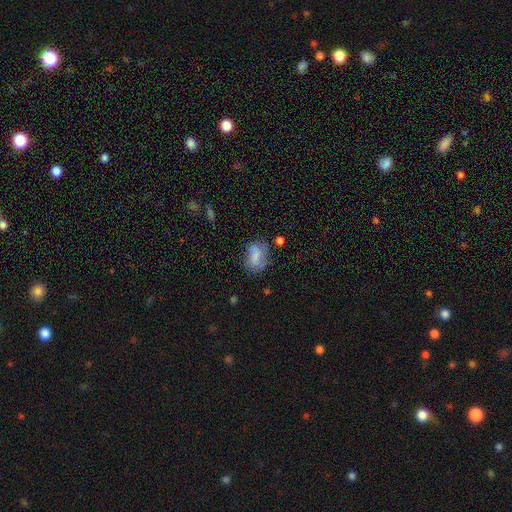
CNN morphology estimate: A smooth galaxy with no disk features (69%) that is in between round and cigar-shaped (80%). Merging: none (48%).